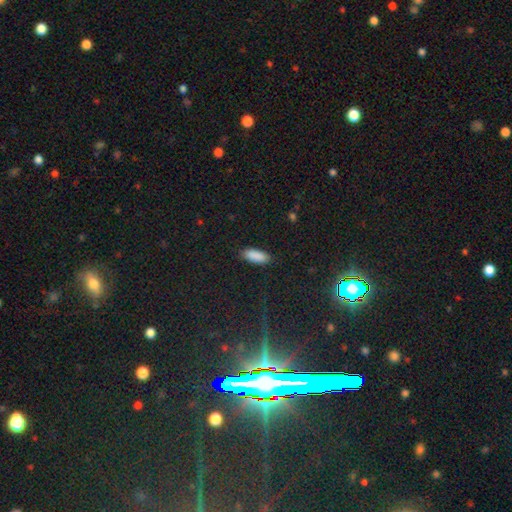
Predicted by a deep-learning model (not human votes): A smooth galaxy with no disk features (89%) that is in between round and cigar-shaped (78%). Merging: none (86%).